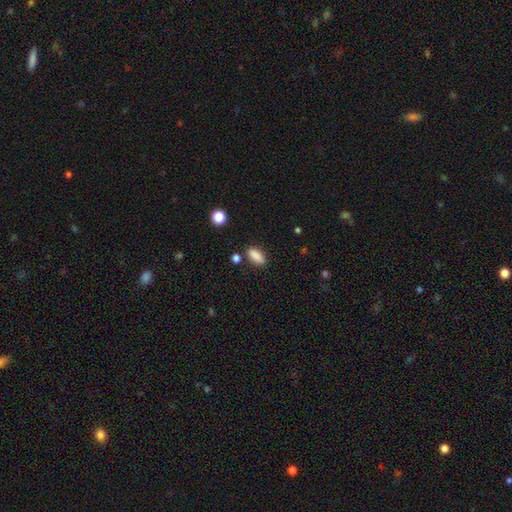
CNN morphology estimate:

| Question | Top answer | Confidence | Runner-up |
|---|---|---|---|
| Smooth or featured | smooth | 87% | star or artifact (8%) |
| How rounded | in between | 76% | cigar-shaped (21%) |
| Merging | none | 82% | minor disturbance (11%) |